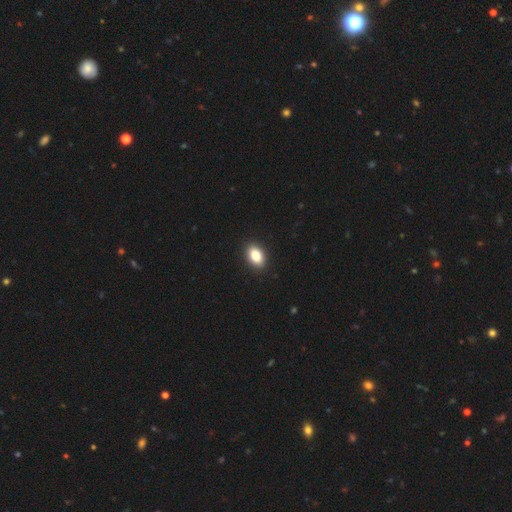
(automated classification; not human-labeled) The model was most divided on "smooth or featured": smooth: 84%, featured or disk: 8%, star or artifact: 8%. More confident: merging — none (91%); how rounded — in between (88%).